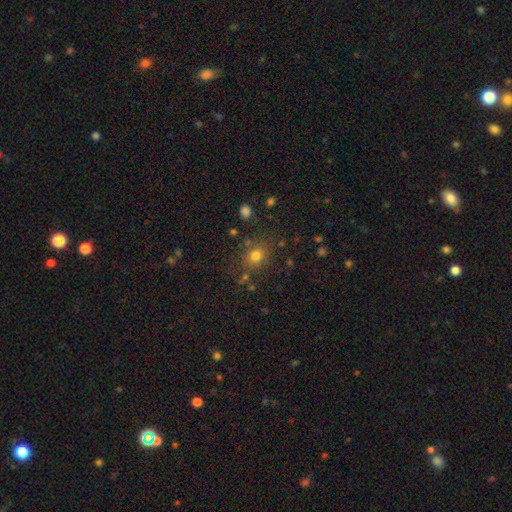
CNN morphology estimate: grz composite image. It shows a smooth galaxy with no disk features (75%) that is round (67%). Merging: none (78%).